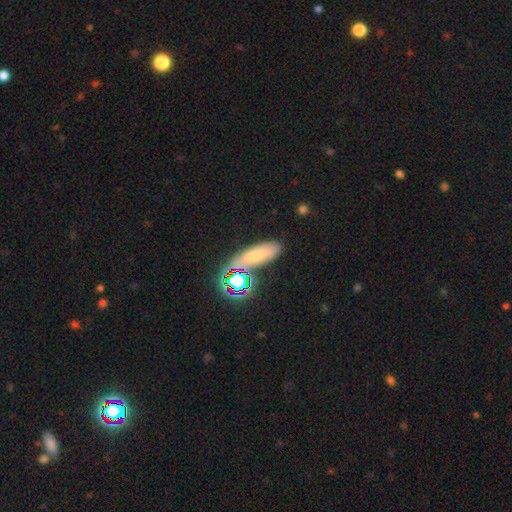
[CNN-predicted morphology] smooth-or-featured: smooth: 55% | star or artifact: 24% | featured or disk: 20%
  how-rounded: in between: 55% | cigar-shaped: 34% | round: 10%
  merging: none: 68% | minor disturbance: 16% | merger: 10% | major disturbance: 6%